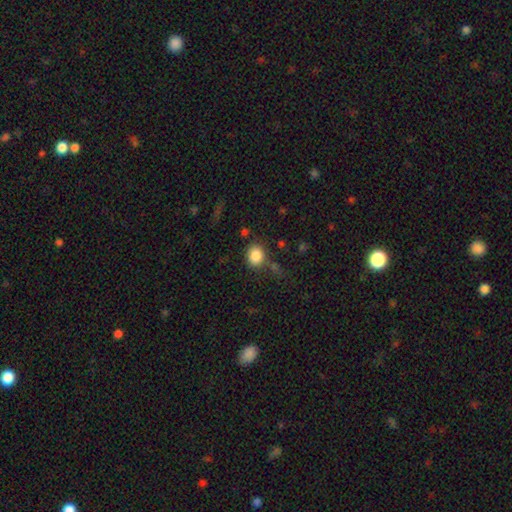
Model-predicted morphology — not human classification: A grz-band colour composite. It shows a smooth galaxy with no disk features (86%) that is round (60%). Merging: none (75%).